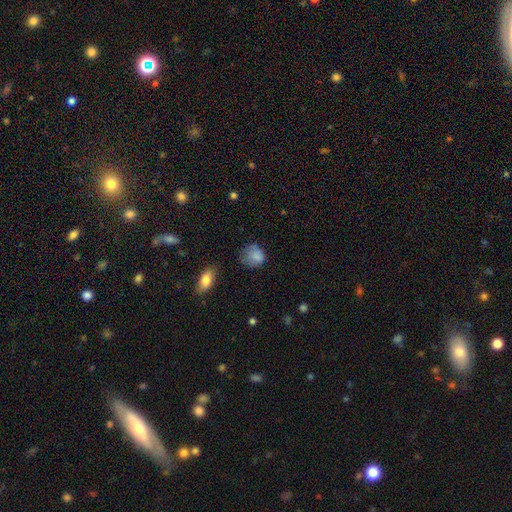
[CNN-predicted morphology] Smooth or featured?
  - smooth: 82% *
  - star or artifact: 9%
  - featured or disk: 9%
How rounded?
  - round: 65% *
  - in between: 33%
  - cigar-shaped: 1%
Merging?
  - none: 52% *
  - minor disturbance: 32%
  - major disturbance: 13%
  - merger: 3%